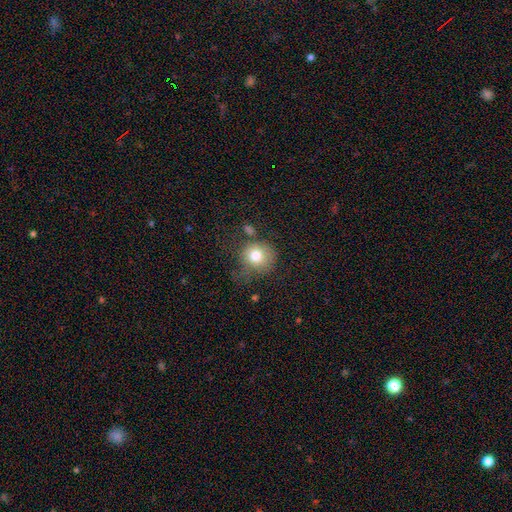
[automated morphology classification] Smooth or featured? smooth (78%)
How rounded? round (87%)
Merging? none (57%)